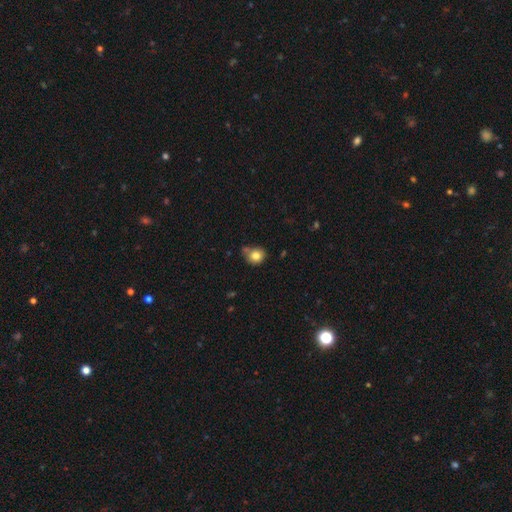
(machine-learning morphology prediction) type=smooth (81%); roundness=round (77%); merging=none (63%).